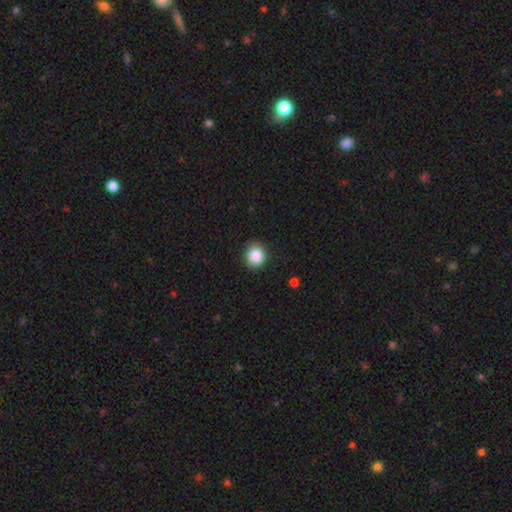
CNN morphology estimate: Smooth or featured: smooth — 87% (star or artifact — 9%)
How rounded: round — 83% (in between — 16%)
Merging: none — 85% (minor disturbance — 11%)